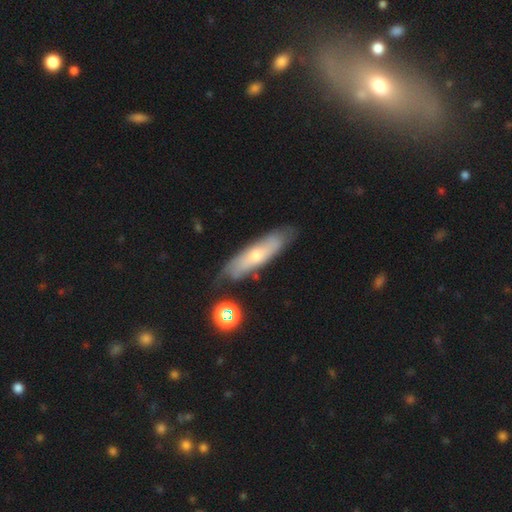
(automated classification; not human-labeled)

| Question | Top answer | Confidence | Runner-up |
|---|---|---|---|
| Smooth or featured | featured or disk | 51% | smooth (41%) |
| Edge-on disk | no | 57% | yes (43%) |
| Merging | none | 74% | minor disturbance (18%) |